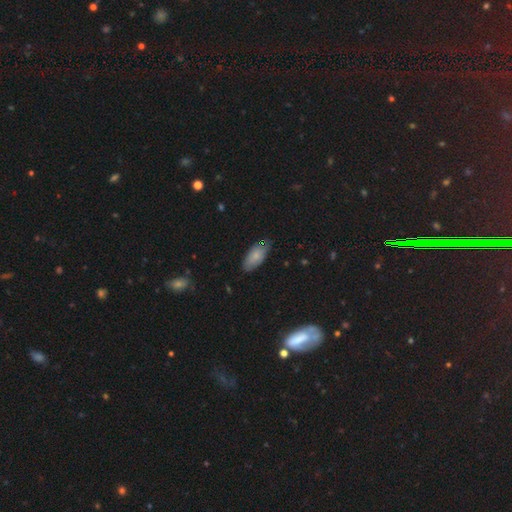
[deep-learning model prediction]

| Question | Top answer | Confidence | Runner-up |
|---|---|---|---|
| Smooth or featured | smooth | 78% | featured or disk (16%) |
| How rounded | in between | 88% | cigar-shaped (10%) |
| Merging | none | 68% | minor disturbance (27%) |